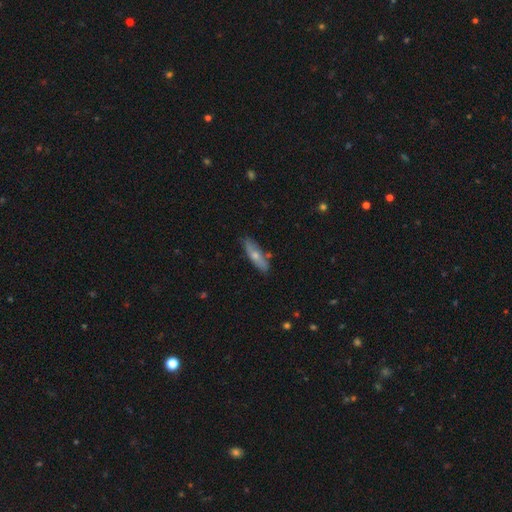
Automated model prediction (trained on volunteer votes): The model was most divided on "smooth or featured": smooth: 59%, featured or disk: 35%, star or artifact: 6%. More confident: merging — none (81%); how rounded — cigar-shaped (64%).